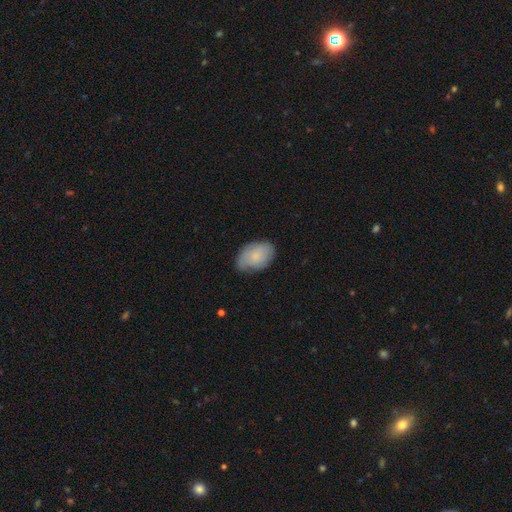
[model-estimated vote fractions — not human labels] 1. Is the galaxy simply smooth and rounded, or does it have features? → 74% smooth, 19% featured or disk, 6% star or artifact.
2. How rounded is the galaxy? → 88% in between, 11% round, 1% cigar-shaped.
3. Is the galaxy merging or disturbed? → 65% none, 28% minor disturbance, 5% major disturbance, 1% merger.